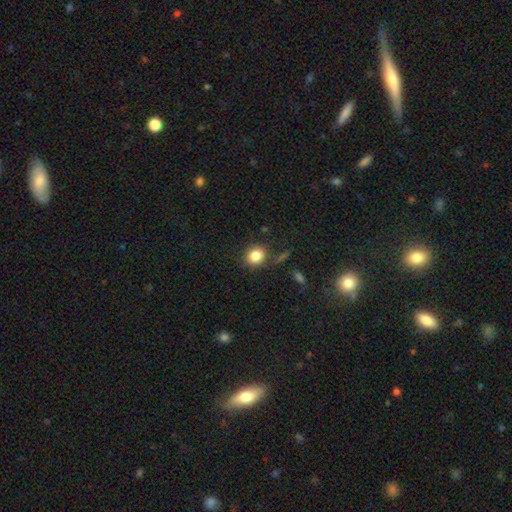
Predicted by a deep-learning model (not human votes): The model was most divided on "how rounded": round: 65%, in between: 34%, cigar-shaped: 1%. More confident: smooth or featured — smooth (84%); merging — none (80%).